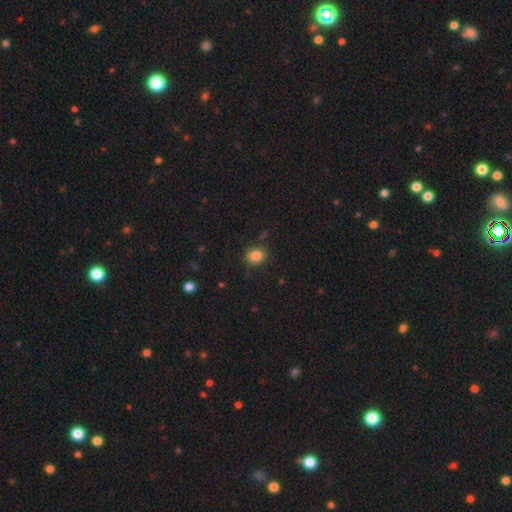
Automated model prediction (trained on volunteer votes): This appears to be a smooth galaxy with no disk features (84%) that is round (76%). Merging: none (85%).